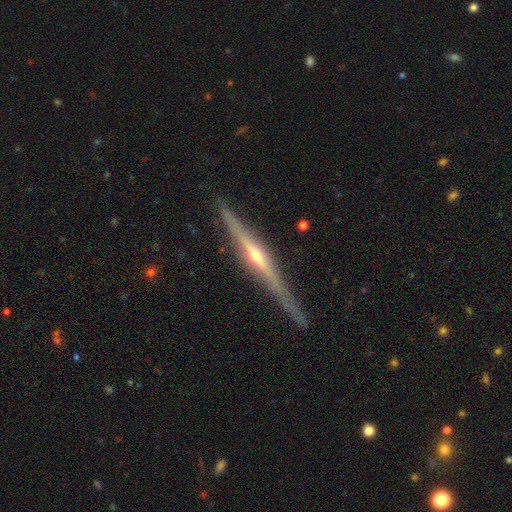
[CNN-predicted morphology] Overall: featured or disk (86%). Edge-on disk: yes (98%). Edge-on bulge: rounded (86%). Merging: none (87%).